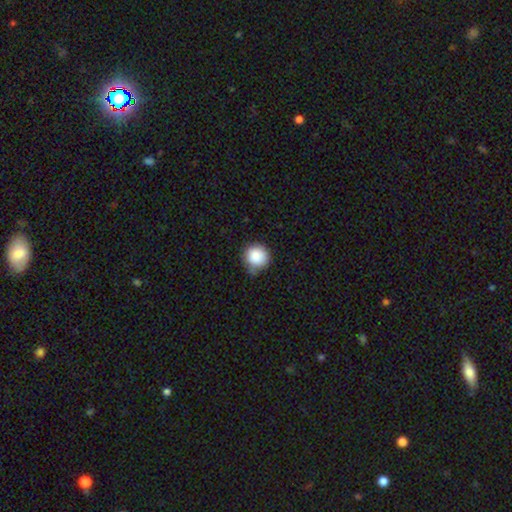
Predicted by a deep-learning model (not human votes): Smooth or featured: smooth — 87% (star or artifact — 9%)
How rounded: round — 93% (in between — 6%)
Merging: none — 70% (minor disturbance — 23%)